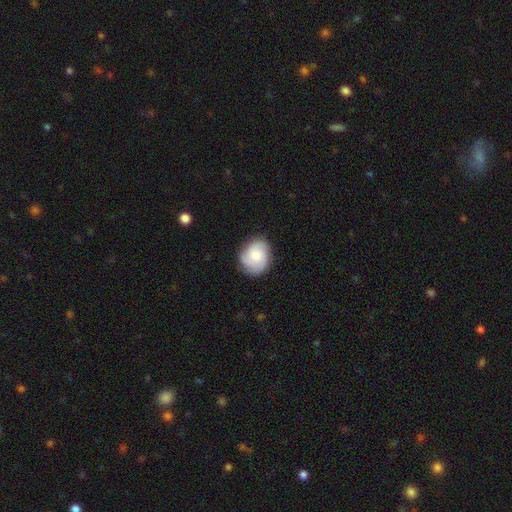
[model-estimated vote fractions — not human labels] smooth-or-featured: smooth: 54% | featured or disk: 39% | star or artifact: 7%
  how-rounded: round: 65% | in between: 34% | cigar-shaped: 1%
  merging: none: 78% | minor disturbance: 16% | major disturbance: 4% | merger: 1%